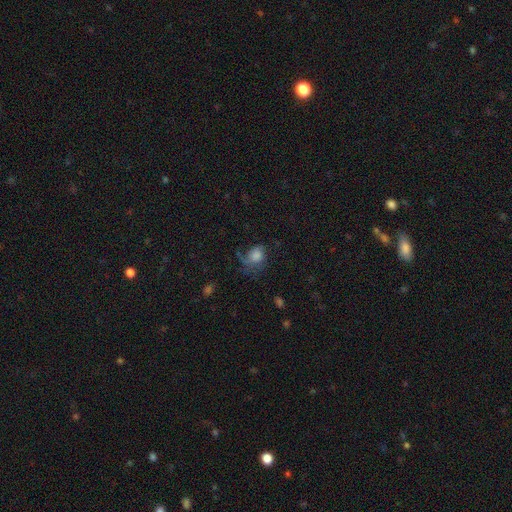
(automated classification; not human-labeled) Smooth or featured? Predicted: smooth (p=0.53). How rounded? Predicted: in between (p=0.52). Merging? Predicted: major disturbance (p=0.37, tied with none).